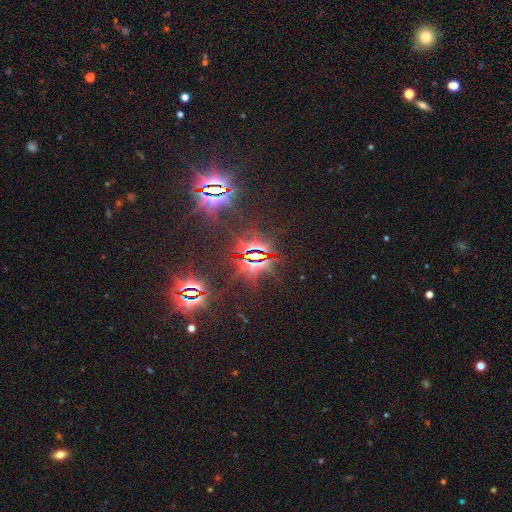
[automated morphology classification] smooth-or-featured: star or artifact: 85% | featured or disk: 9% | smooth: 6%